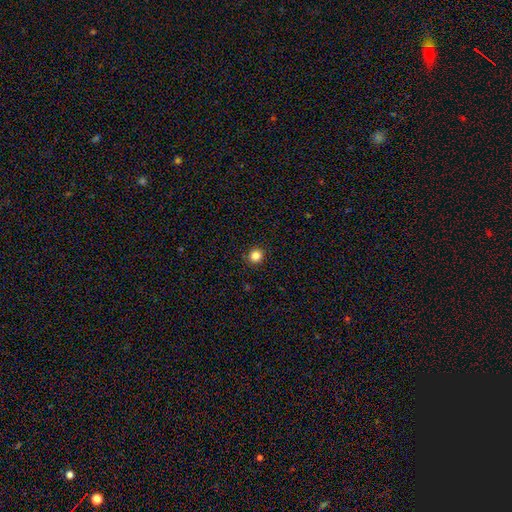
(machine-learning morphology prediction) Overall: smooth (84%). How rounded: round (89%). Merging: none (92%).